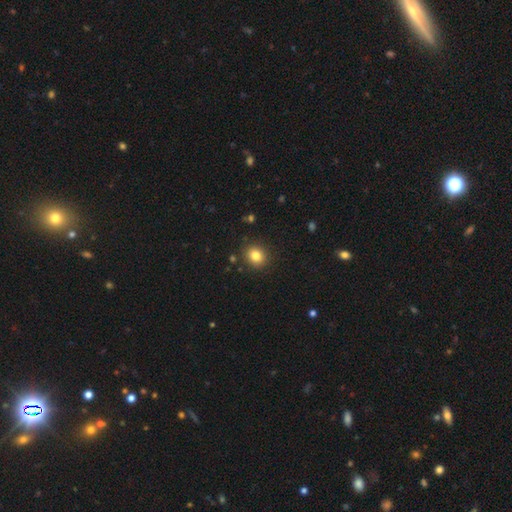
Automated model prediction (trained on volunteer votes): smooth-or-featured: smooth: 82% | star or artifact: 11% | featured or disk: 7%
  how-rounded: round: 74% | in between: 26% | cigar-shaped: 1%
  merging: none: 89% | minor disturbance: 7% | major disturbance: 2% | merger: 2%